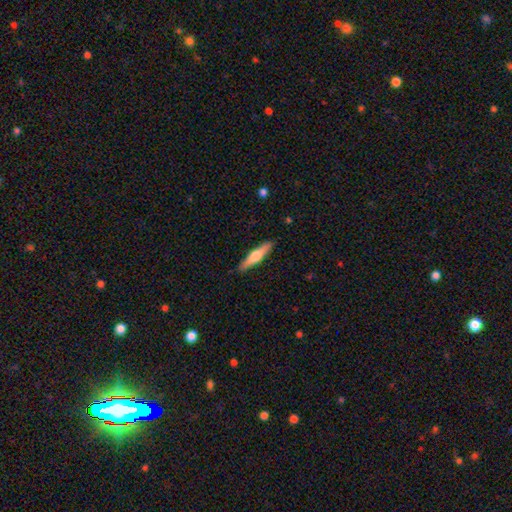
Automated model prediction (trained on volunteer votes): Morphology: type=smooth (48%); merging=none (89%).